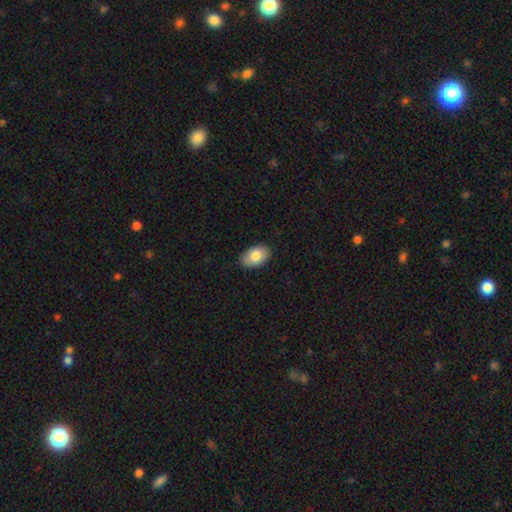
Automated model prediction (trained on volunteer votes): This appears to be a smooth galaxy with no disk features (83%) that is in between round and cigar-shaped (91%). Merging: none (88%).